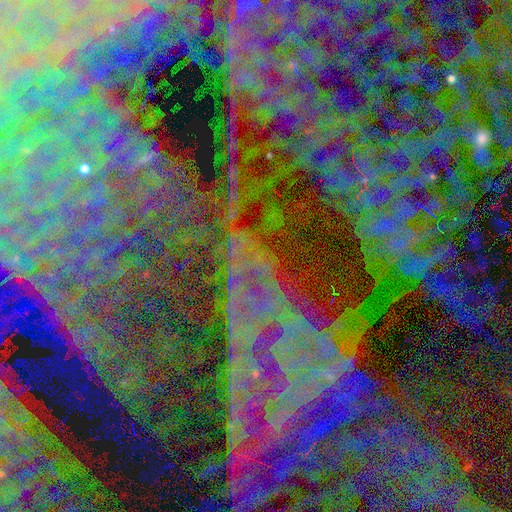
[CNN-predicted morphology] A star or artifact, not a galaxy (85%).

Vote fractions:
- Smooth or featured? star or artifact: 85% / featured or disk: 9% / smooth: 7%